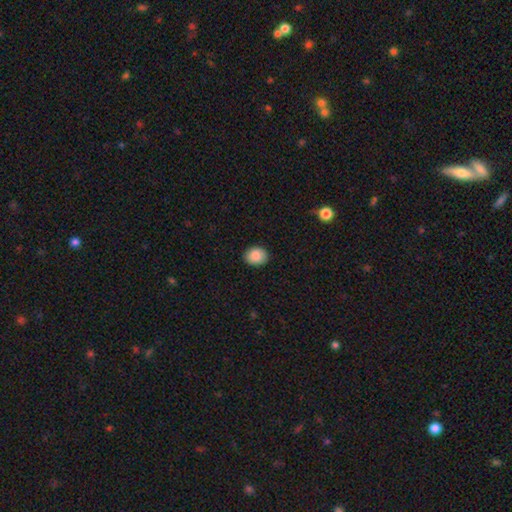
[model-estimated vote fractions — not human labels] Smooth or featured?
  - smooth: 89% *
  - star or artifact: 8%
  - featured or disk: 4%
How rounded?
  - round: 55% *
  - in between: 44%
  - cigar-shaped: 1%
Merging?
  - none: 89% *
  - minor disturbance: 8%
  - major disturbance: 2%
  - merger: 1%